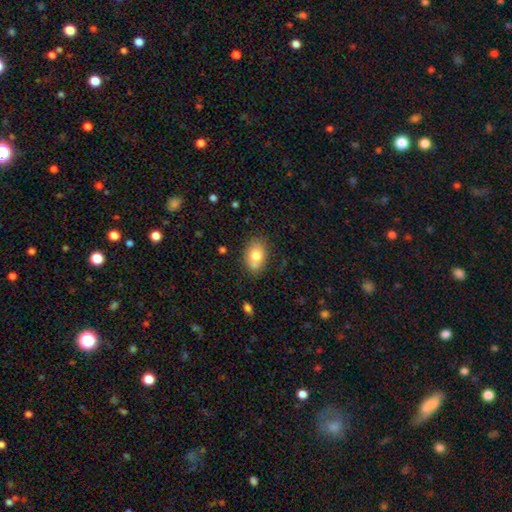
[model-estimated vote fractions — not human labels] This is likely a smooth galaxy (78%). How rounded: clearly in between (82%). Merging: likely none (74%).